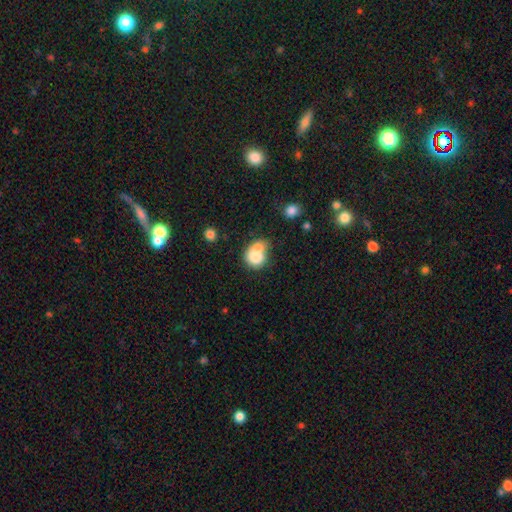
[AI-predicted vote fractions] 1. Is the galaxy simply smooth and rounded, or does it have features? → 76% smooth, 15% featured or disk, 8% star or artifact.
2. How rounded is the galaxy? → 68% round, 31% in between, 1% cigar-shaped.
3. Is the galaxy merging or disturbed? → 59% merger, 26% none, 10% minor disturbance, 5% major disturbance.